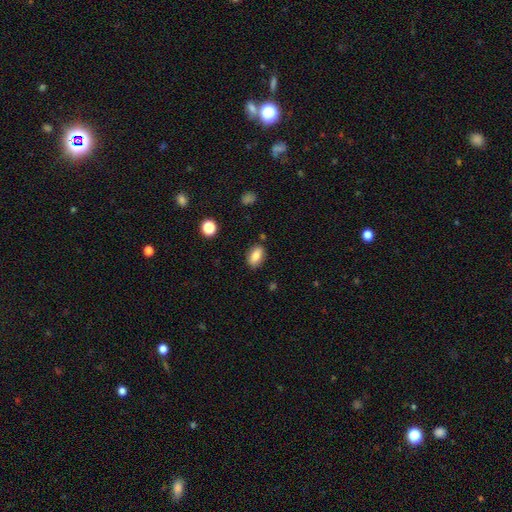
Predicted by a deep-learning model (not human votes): This appears to be a smooth galaxy with no disk features (82%) that is in between round and cigar-shaped (87%). Merging: none (84%).